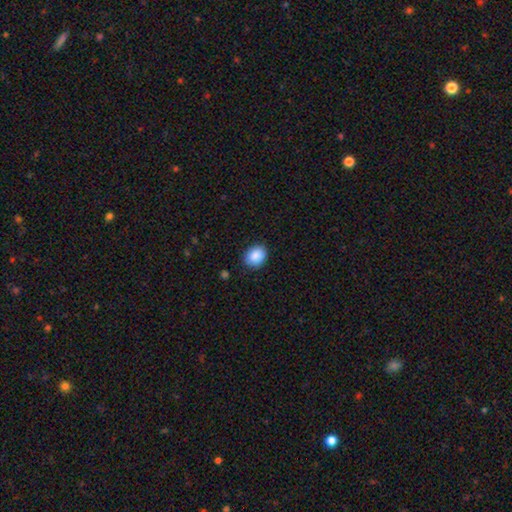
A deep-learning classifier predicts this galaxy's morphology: smooth 88%, star or artifact 8%, featured or disk 4%. Down the decision tree: how rounded — in between (50%); merging — none (85%).